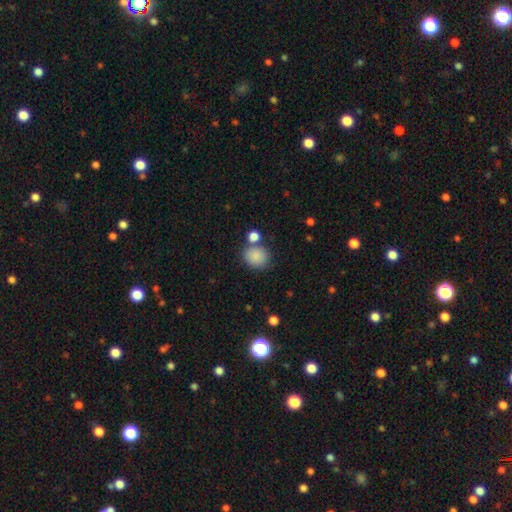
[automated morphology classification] smooth 86%, star or artifact 9%, featured or disk 5%. Down the decision tree: how rounded — round (76%); merging — none (70%).